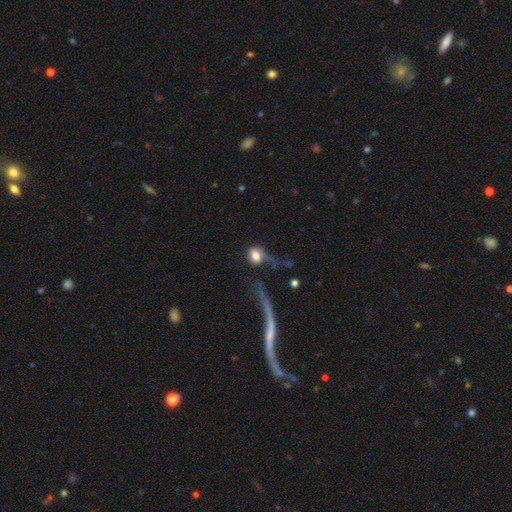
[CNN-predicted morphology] smooth_or_featured: smooth (p=0.74) [alt: featured or disk p=0.17]
how_rounded: round (p=0.57) [alt: in between p=0.39]
merging: major disturbance (p=0.35) [alt: none p=0.34]